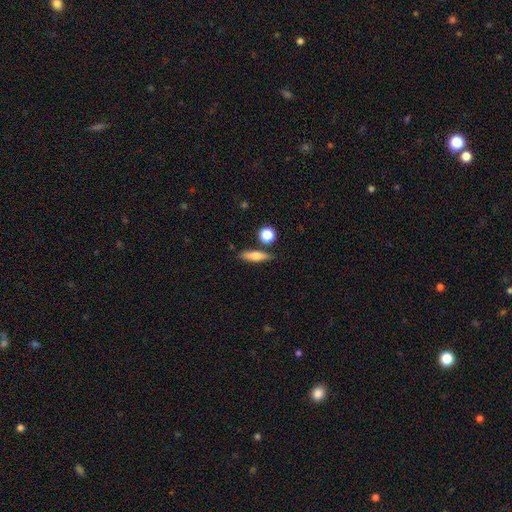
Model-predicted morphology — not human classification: type=smooth (64%); roundness=cigar-shaped (60%); merging=none (77%).